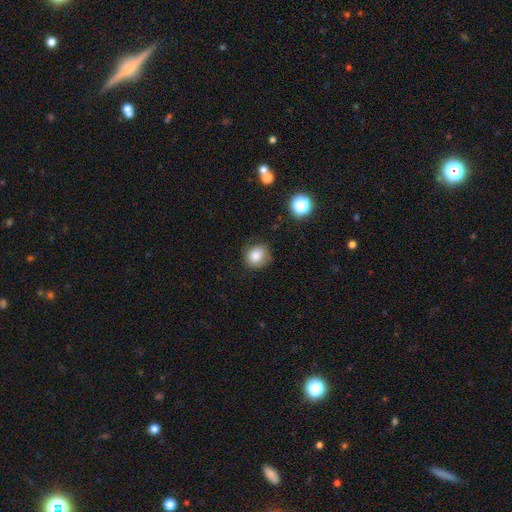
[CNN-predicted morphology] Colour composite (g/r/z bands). It shows a smooth galaxy with no disk features (81%) that is round (73%). Merging: none (74%).